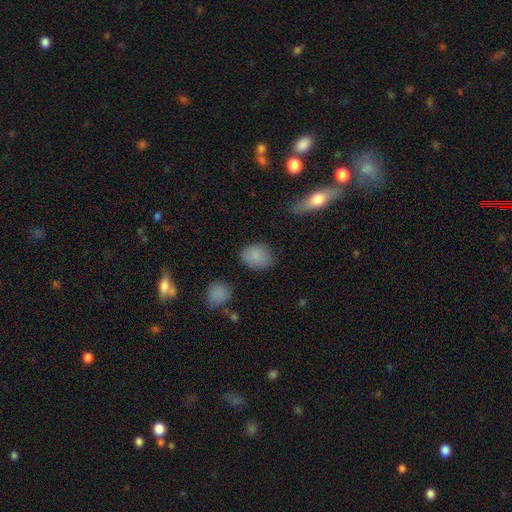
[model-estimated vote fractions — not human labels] Q: Smooth or featured?
A: smooth (86%); runner-up: star or artifact (8%)
Q: How rounded?
A: in between (55%); runner-up: round (44%)
Q: Merging?
A: none (77%); runner-up: minor disturbance (17%)